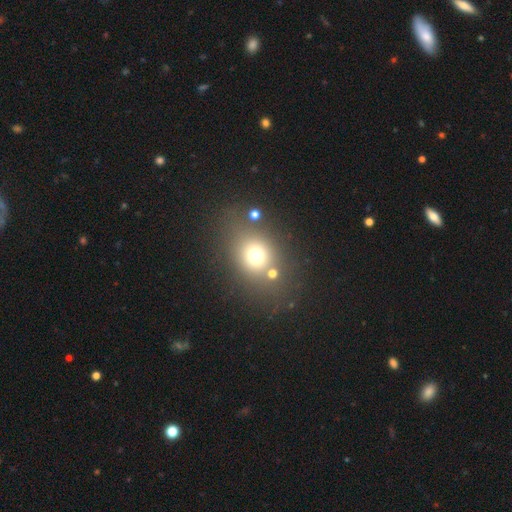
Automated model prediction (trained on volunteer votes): The model was most divided on "how rounded": round: 62%, in between: 37%, cigar-shaped: 1%. More confident: smooth or featured — smooth (67%); merging — none (67%).